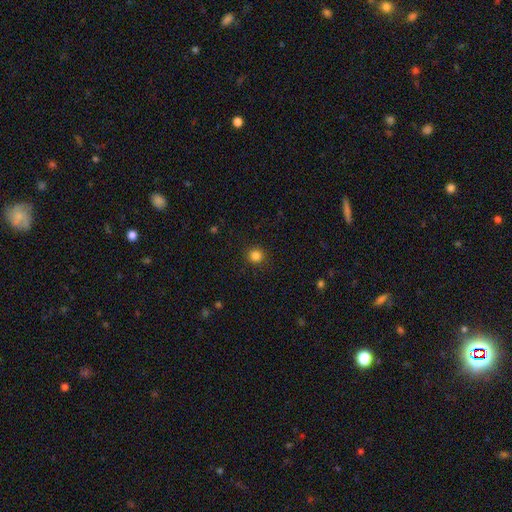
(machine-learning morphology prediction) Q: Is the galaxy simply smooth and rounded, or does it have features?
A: smooth — 84%.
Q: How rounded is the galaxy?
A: round — 92%.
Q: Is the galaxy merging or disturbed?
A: none — 91%.